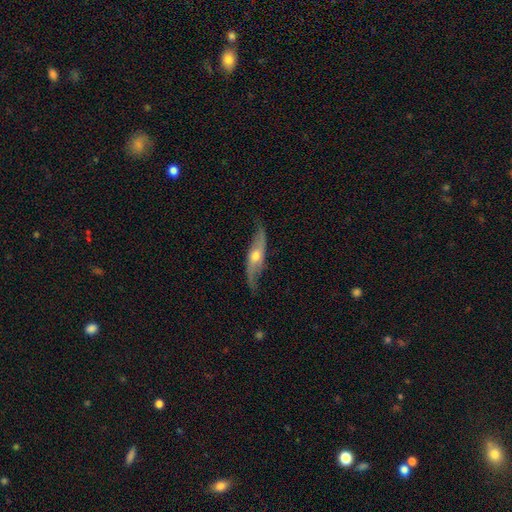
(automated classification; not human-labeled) The model was most divided on "edge-on disk": no: 58%, yes: 42%. More confident: smooth or featured — featured or disk (75%); merging — none (73%).